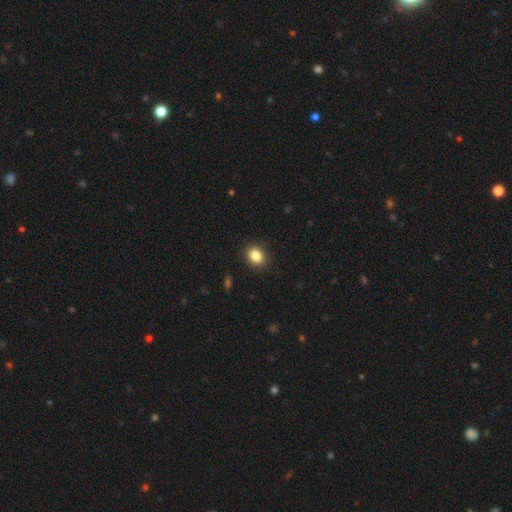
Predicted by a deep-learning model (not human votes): This is clearly a smooth galaxy (85%). How rounded: possibly round (54%). Merging: clearly none (90%).